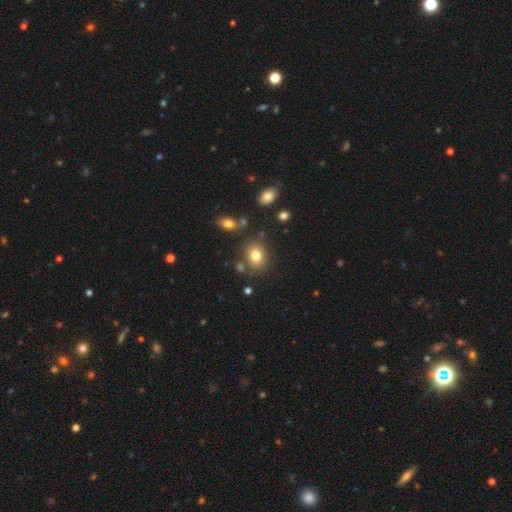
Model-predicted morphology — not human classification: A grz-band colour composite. It shows a smooth galaxy with no disk features (79%) that is round (50%). Merging: none (76%).